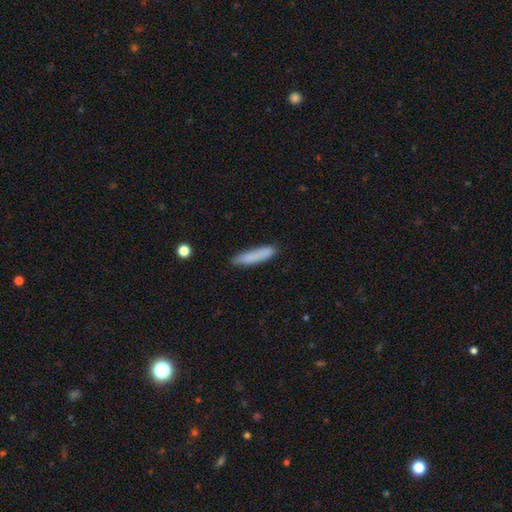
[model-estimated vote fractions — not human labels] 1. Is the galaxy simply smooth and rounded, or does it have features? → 83% smooth, 11% featured or disk, 7% star or artifact.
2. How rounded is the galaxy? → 86% cigar-shaped, 12% in between, 1% round.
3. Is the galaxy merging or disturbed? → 79% none, 16% minor disturbance, 3% major disturbance, 2% merger.